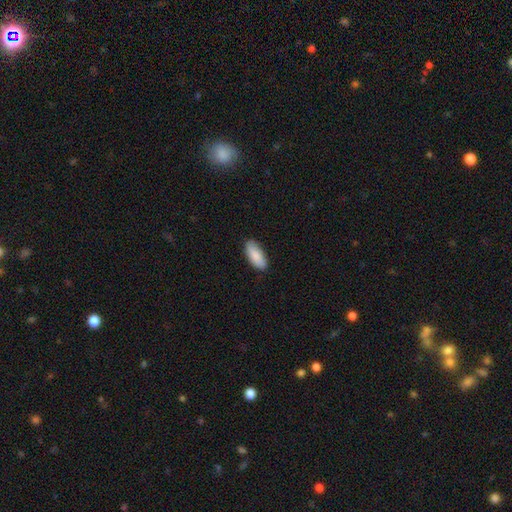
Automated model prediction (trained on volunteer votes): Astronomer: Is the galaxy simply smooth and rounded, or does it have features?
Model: smooth — 89%.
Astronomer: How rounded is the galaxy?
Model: in between — 86%.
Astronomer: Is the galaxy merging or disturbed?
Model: none — 87%.